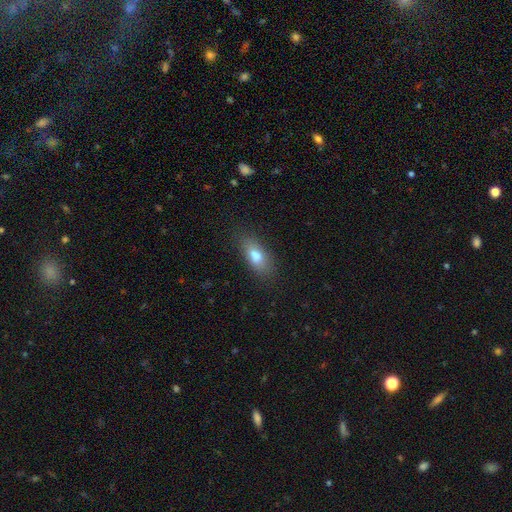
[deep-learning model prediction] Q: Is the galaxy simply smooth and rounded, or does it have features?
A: smooth — 78%.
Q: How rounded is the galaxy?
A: in between — 82%.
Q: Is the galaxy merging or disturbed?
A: none — 71%.